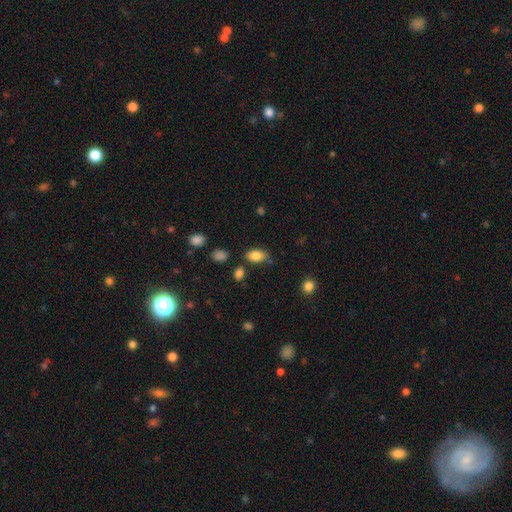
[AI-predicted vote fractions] A smooth galaxy with no disk features (84%) that is in between round and cigar-shaped (91%).

Vote fractions:
- Smooth or featured? smooth: 84% / star or artifact: 8% / featured or disk: 7%
- How rounded? in between: 91% / round: 7% / cigar-shaped: 2%
- Merging? none: 77% / minor disturbance: 15% / merger: 5% / major disturbance: 3%